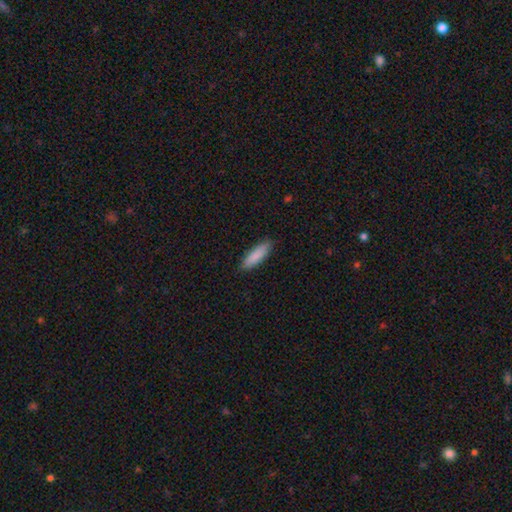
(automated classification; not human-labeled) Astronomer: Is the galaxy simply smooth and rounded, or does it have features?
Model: smooth — 88%.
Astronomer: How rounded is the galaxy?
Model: cigar-shaped — 54% (runner-up: in between, 44%).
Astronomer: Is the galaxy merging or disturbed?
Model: none — 87%.